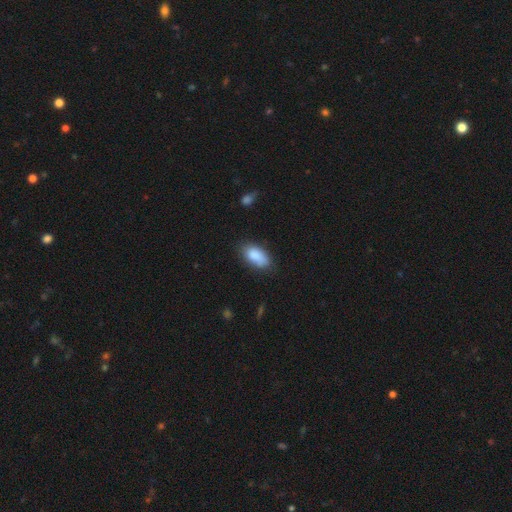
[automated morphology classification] smooth_or_featured: smooth (p=0.87) [alt: star or artifact p=0.07]
how_rounded: in between (p=0.92) [alt: cigar-shaped p=0.05]
merging: none (p=0.73) [alt: minor disturbance p=0.21]